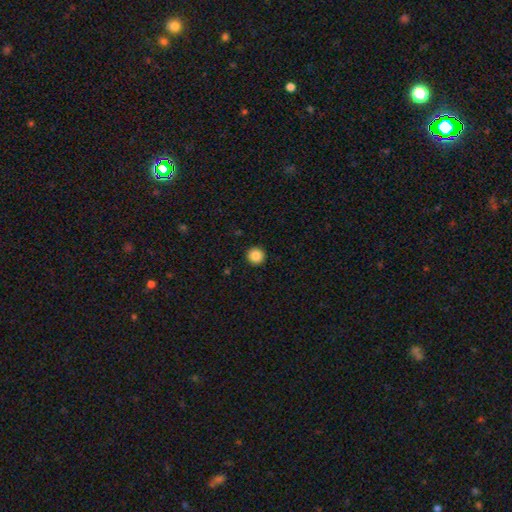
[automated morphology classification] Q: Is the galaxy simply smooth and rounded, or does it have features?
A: smooth — 86%.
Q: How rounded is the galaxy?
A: round — 95%.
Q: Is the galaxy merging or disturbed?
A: none — 93%.